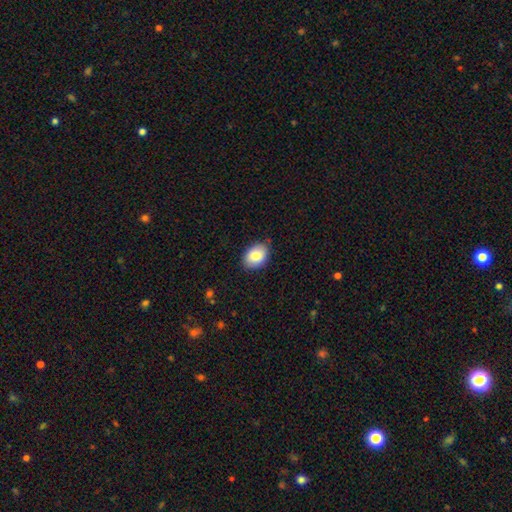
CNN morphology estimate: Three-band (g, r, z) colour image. It shows a smooth galaxy with no disk features (83%) that is in between round and cigar-shaped (77%). Merging: none (83%).